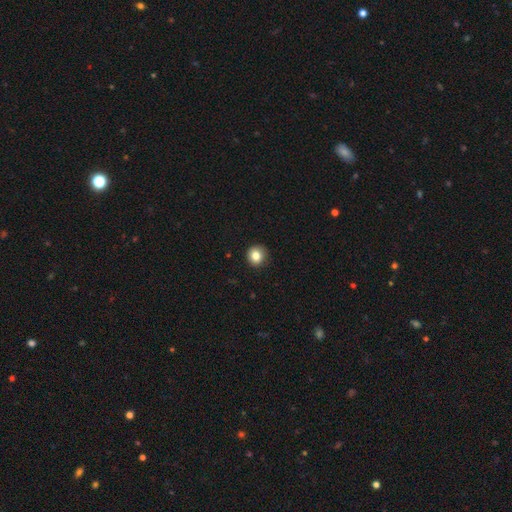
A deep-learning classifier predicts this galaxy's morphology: type=smooth (83%); roundness=round (91%); merging=none (89%).